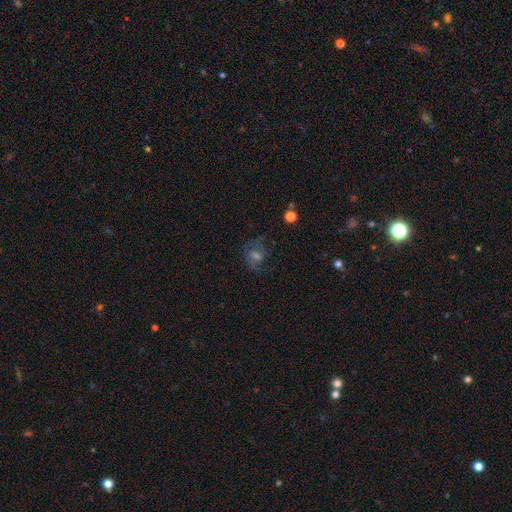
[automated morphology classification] Smooth or featured?
  - featured or disk: 51% *
  - smooth: 27%
  - star or artifact: 22%
Edge-on disk?
  - no: 96% *
  - yes: 4%
Merging?
  - none: 61% *
  - minor disturbance: 19%
  - major disturbance: 18%
  - merger: 2%